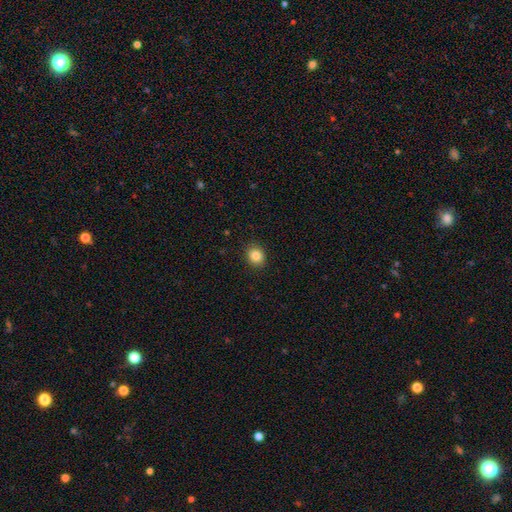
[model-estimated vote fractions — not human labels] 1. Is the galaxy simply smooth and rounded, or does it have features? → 86% smooth, 10% star or artifact, 5% featured or disk.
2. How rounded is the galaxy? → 69% round, 30% in between, 1% cigar-shaped.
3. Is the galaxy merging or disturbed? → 90% none, 7% minor disturbance, 2% major disturbance, 1% merger.